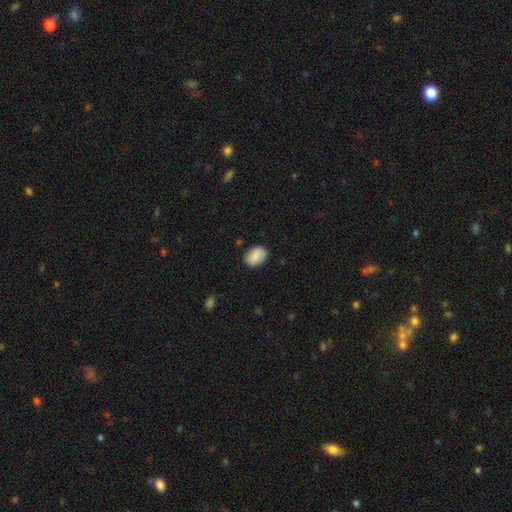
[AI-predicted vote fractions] smooth_or_featured: smooth (p=0.86) [alt: star or artifact p=0.07]
how_rounded: in between (p=0.72) [alt: round p=0.27]
merging: none (p=0.83) [alt: minor disturbance p=0.13]